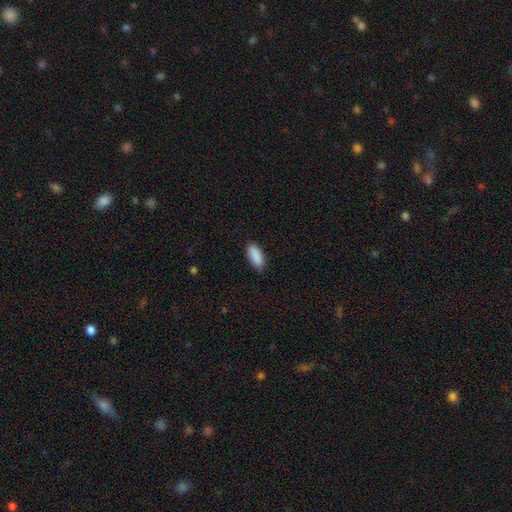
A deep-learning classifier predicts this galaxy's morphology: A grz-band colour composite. It shows a smooth galaxy with no disk features (90%) that is in between round and cigar-shaped (83%). Merging: none (82%).